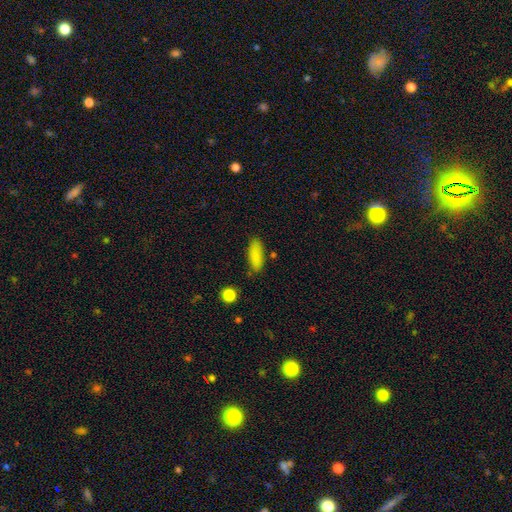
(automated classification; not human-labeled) Smooth or featured? Predicted: smooth (p=0.86). How rounded? Predicted: in between (p=0.67). Merging? Predicted: none (p=0.78).